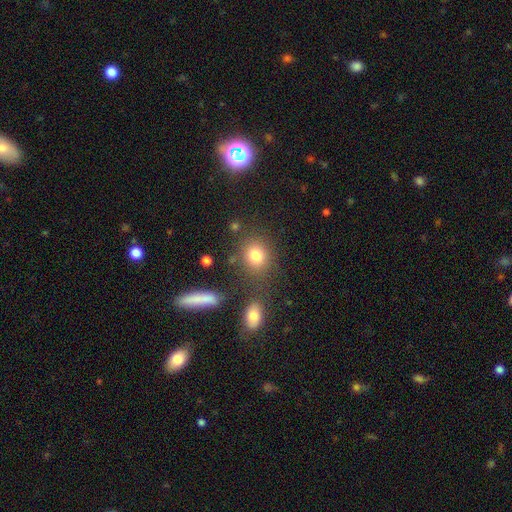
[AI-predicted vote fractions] smooth_or_featured: smooth (p=0.80) [alt: star or artifact p=0.12]
how_rounded: round (p=0.68) [alt: in between p=0.31]
merging: none (p=0.75) [alt: minor disturbance p=0.11]